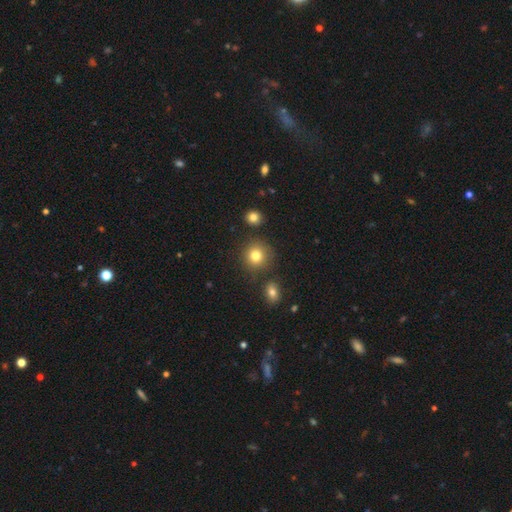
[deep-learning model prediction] Morphology: type=smooth (81%); roundness=round (91%); merging=none (83%).